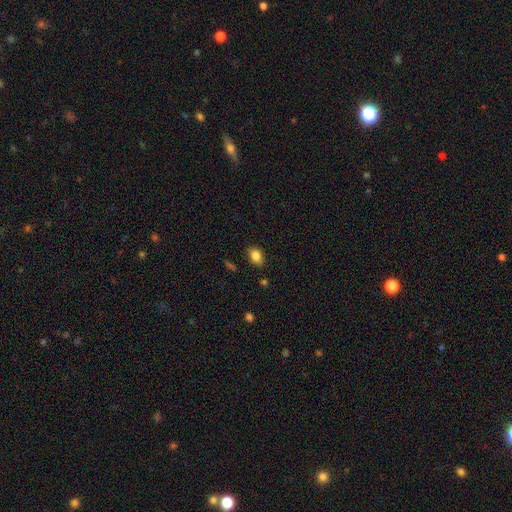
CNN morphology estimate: The model was most divided on "how rounded": in between: 80%, round: 19%, cigar-shaped: 1%. More confident: smooth or featured — smooth (84%); merging — none (84%).